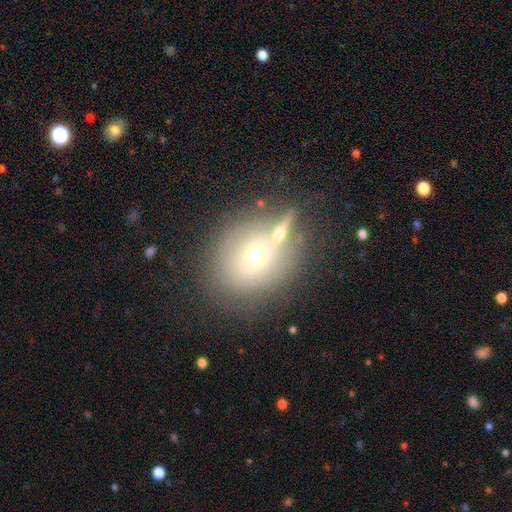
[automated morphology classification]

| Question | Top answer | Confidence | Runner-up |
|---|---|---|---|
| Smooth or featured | smooth | 52% | featured or disk (33%) |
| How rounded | round | 73% | in between (25%) |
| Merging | none | 52% | merger (26%) |